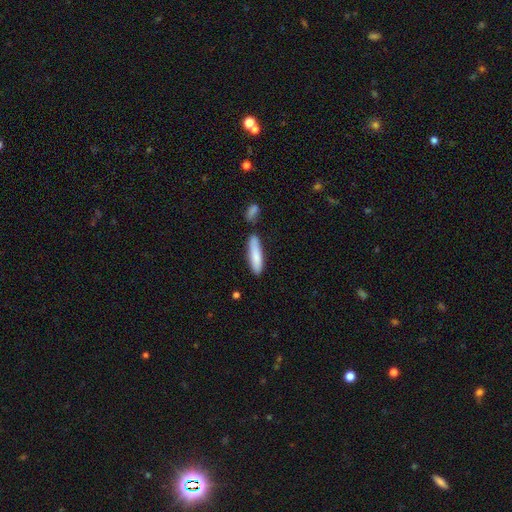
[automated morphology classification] The model was most divided on "how rounded": cigar-shaped: 76%, in between: 23%, round: 1%. More confident: smooth or featured — smooth (81%); merging — none (72%).